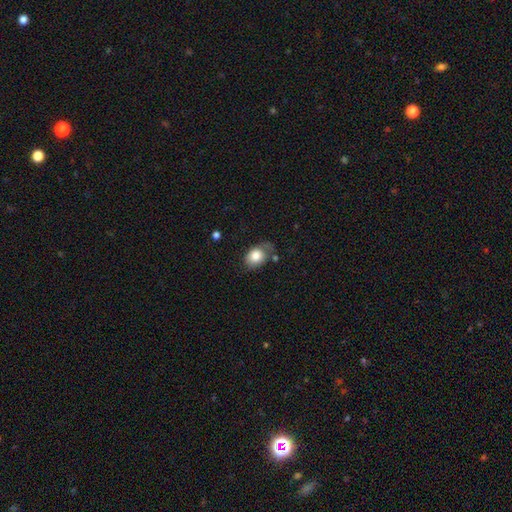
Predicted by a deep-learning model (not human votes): Q: Smooth or featured?
A: smooth (79%); runner-up: featured or disk (13%)
Q: How rounded?
A: in between (68%); runner-up: round (31%)
Q: Merging?
A: none (47%); runner-up: minor disturbance (31%)